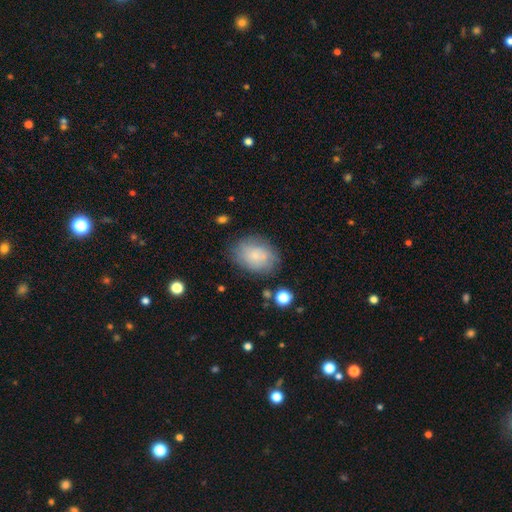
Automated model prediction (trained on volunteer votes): smooth 71%, featured or disk 21%, star or artifact 9%. Down the decision tree: how rounded — in between (66%); merging — none (73%).